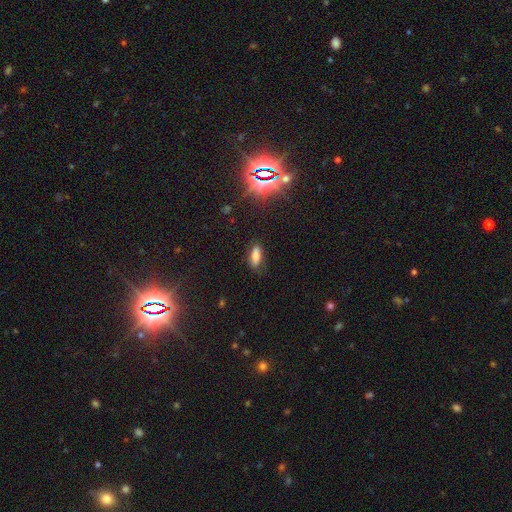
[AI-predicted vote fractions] This appears to be a smooth galaxy with no disk features (72%) that is in between round and cigar-shaped (73%). Merging: none (78%).